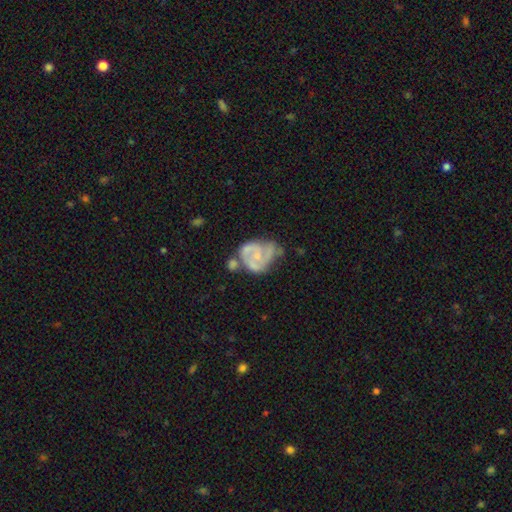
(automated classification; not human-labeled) Smooth or featured?
  - featured or disk: 72% *
  - smooth: 21%
  - star or artifact: 7%
Edge-on disk?
  - no: 98% *
  - yes: 2%
Bar?
  - no: 71% *
  - weak: 25%
  - strong: 5%
Spiral arms?
  - yes: 78% *
  - no: 22%
Spiral winding?
  - tight: 43% *
  - medium: 41%
  - loose: 17%
Spiral arm count?
  - 2: 45% *
  - can't tell: 24%
  - 3: 19%
  - 1: 7%
  - 4: 3%
  - more than 4: 3%
Bulge size?
  - small: 55% *
  - moderate: 27%
  - none: 15%
  - large: 2%
  - dominant: 1%
Merging?
  - minor disturbance: 29% *
  - none: 28%
  - major disturbance: 27%
  - merger: 16%